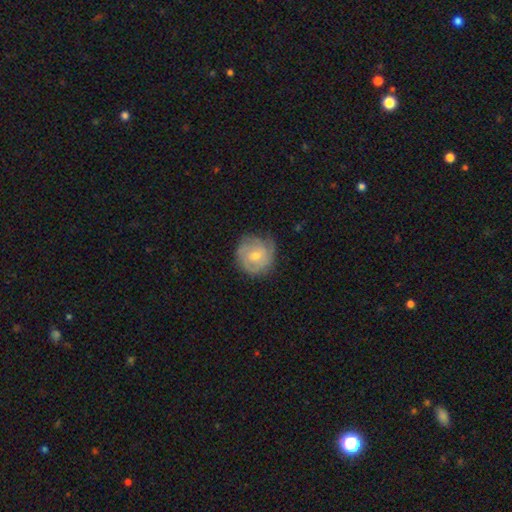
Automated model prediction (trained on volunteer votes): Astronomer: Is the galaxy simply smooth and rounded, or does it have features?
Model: featured or disk — 65%.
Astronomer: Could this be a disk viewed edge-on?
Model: no — 98%.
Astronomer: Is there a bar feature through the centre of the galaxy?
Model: no — 67%.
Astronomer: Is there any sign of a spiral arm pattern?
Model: yes — 88%.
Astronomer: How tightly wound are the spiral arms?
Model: tight — 66%.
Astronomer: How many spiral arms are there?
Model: can't tell — 34% (runner-up: 3, 27%).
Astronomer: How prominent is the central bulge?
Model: moderate — 56% (runner-up: small, 40%).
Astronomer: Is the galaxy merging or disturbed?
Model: none — 73%.